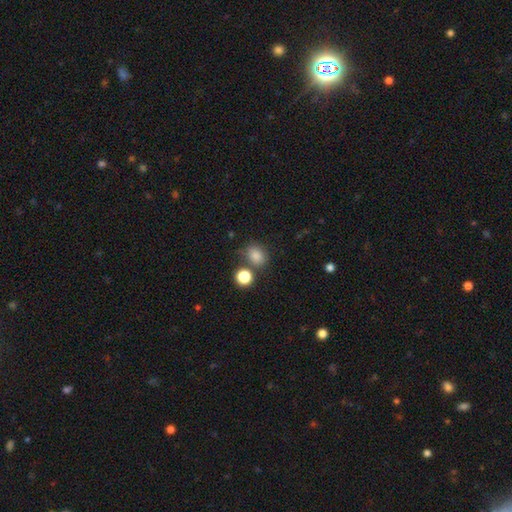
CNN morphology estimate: A smooth galaxy with no disk features (82%) that is round (50%). Merging: none (68%).